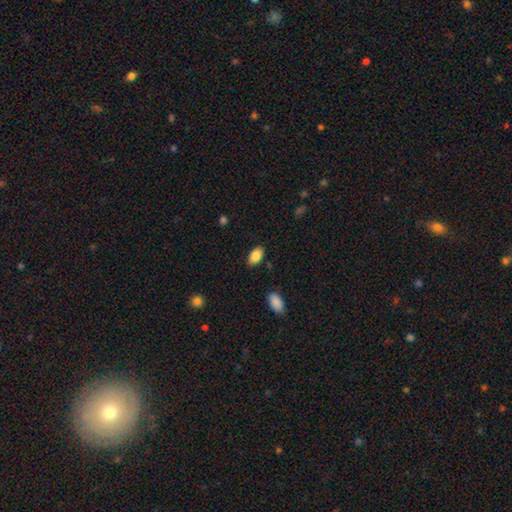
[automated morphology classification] Smooth or featured? Predicted: smooth (p=0.86). How rounded? Predicted: in between (p=0.93). Merging? Predicted: none (p=0.85).